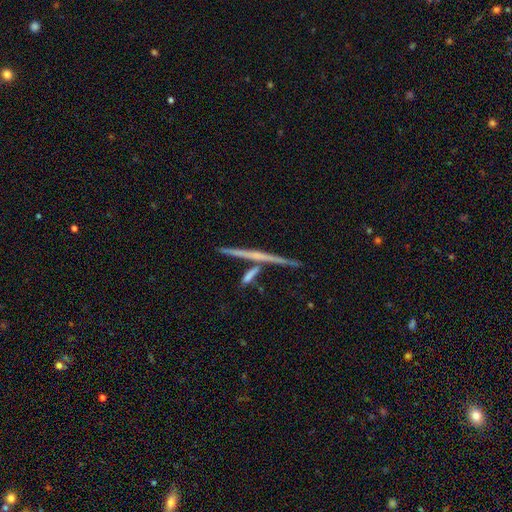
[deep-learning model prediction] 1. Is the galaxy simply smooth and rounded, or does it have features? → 65% featured or disk, 27% smooth, 8% star or artifact.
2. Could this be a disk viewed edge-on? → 97% yes, 3% no.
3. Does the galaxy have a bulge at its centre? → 76% none, 18% rounded, 6% boxy.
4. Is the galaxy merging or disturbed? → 80% none, 9% merger, 8% minor disturbance, 3% major disturbance.